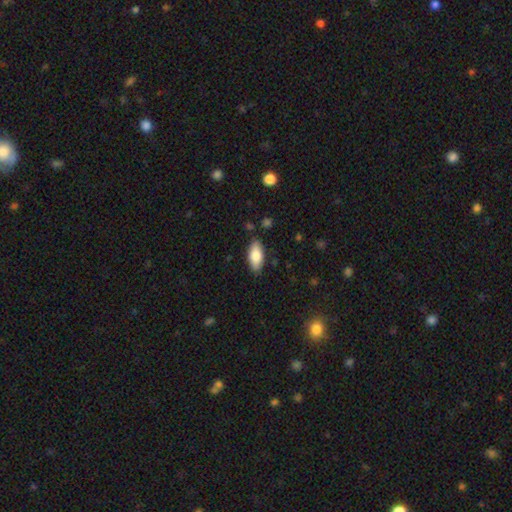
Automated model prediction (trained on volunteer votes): A smooth galaxy with no disk features (79%) that is in between round and cigar-shaped (86%).

Vote fractions:
- Smooth or featured? smooth: 79% / featured or disk: 14% / star or artifact: 6%
- How rounded? in between: 86% / cigar-shaped: 11% / round: 2%
- Merging? none: 85% / minor disturbance: 11% / major disturbance: 2% / merger: 2%